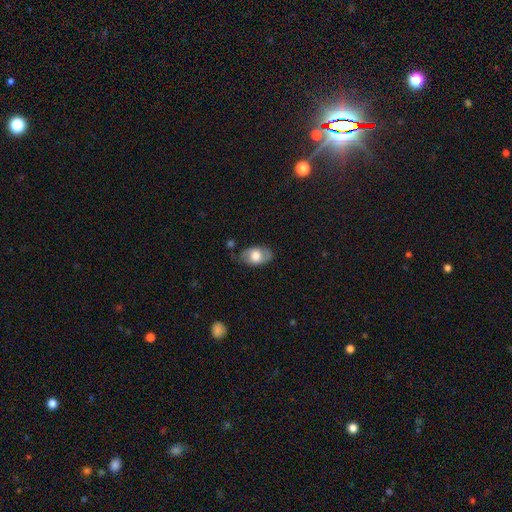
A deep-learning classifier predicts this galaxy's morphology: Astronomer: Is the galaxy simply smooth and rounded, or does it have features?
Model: smooth — 60%.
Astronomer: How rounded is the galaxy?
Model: in between — 90%.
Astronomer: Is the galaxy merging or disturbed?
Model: none — 69%.